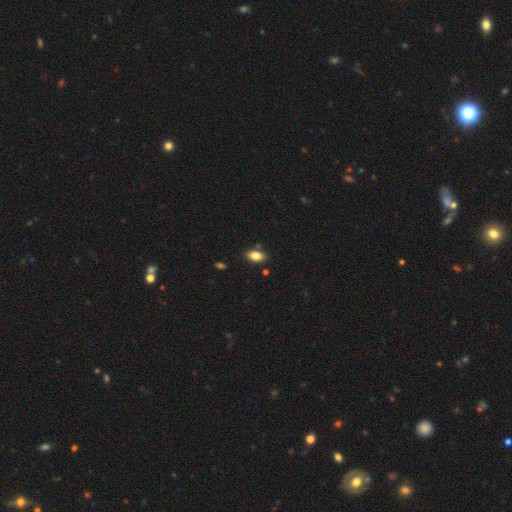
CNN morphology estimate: This is clearly a smooth galaxy (84%). How rounded: clearly in between (90%). Merging: clearly none (83%).